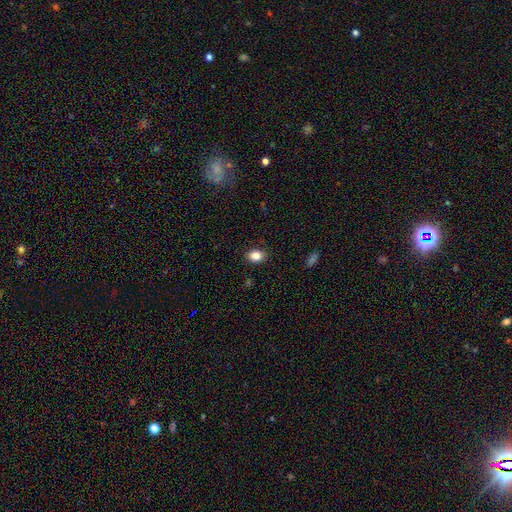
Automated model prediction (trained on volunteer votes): smooth-or-featured: smooth: 86% | star or artifact: 10% | featured or disk: 5%
  how-rounded: in between: 68% | round: 31% | cigar-shaped: 1%
  merging: none: 85% | minor disturbance: 11% | major disturbance: 3% | merger: 1%